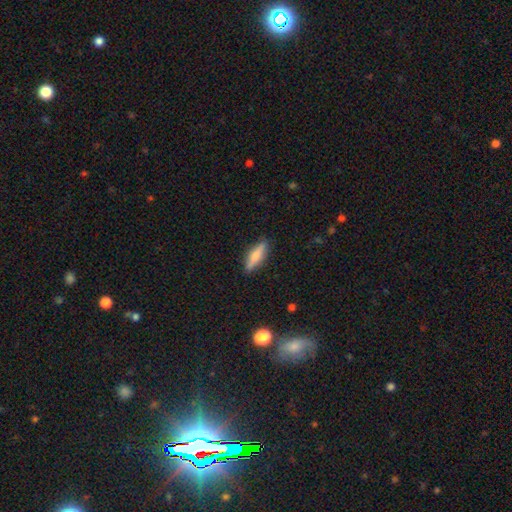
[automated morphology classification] Smooth or featured?
  - smooth: 60% *
  - featured or disk: 33%
  - star or artifact: 7%
How rounded?
  - cigar-shaped: 67% *
  - in between: 31%
  - round: 2%
Merging?
  - none: 87% *
  - minor disturbance: 9%
  - major disturbance: 2%
  - merger: 1%